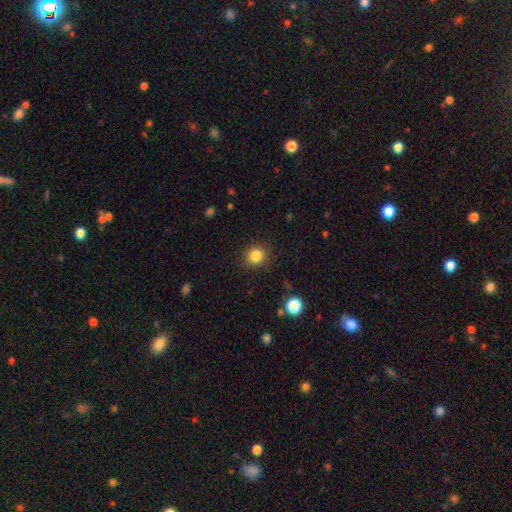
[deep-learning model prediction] Smooth or featured? smooth (85%)
How rounded? round (79%)
Merging? none (88%)